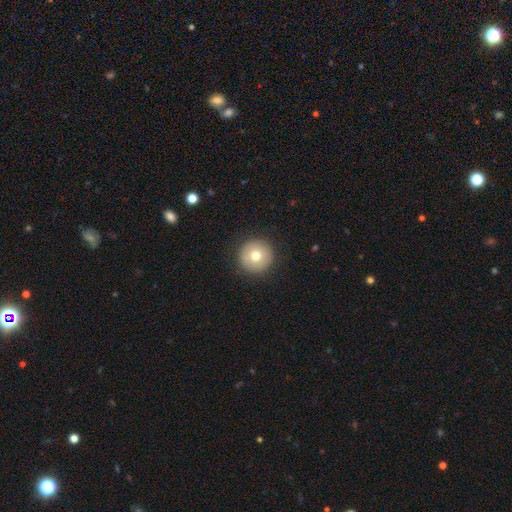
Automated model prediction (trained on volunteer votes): Overall: smooth (73%). How rounded: round (96%). Merging: none (91%).